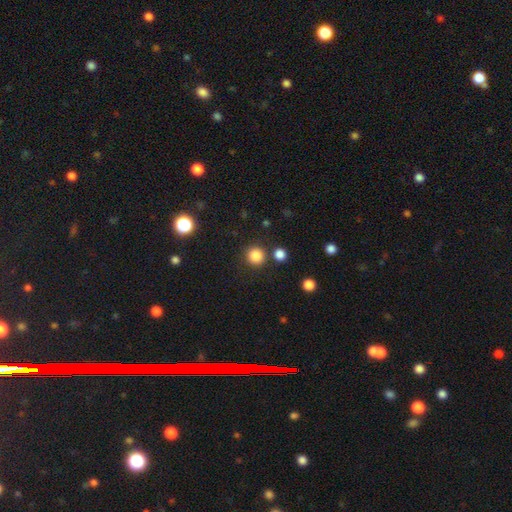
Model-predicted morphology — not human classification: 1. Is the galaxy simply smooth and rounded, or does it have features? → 84% smooth, 12% star or artifact, 4% featured or disk.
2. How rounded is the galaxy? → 93% round, 6% in between, 1% cigar-shaped.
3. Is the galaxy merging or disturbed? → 86% none, 6% minor disturbance, 5% merger, 3% major disturbance.